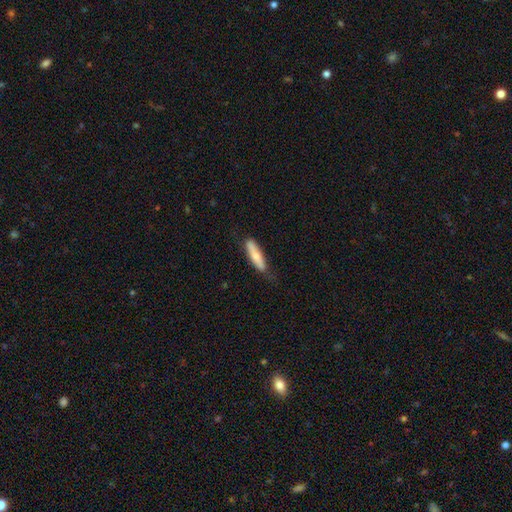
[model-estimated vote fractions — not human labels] A smooth galaxy with no disk features (64%) that is cigar-shaped (76%). Merging: none (71%).